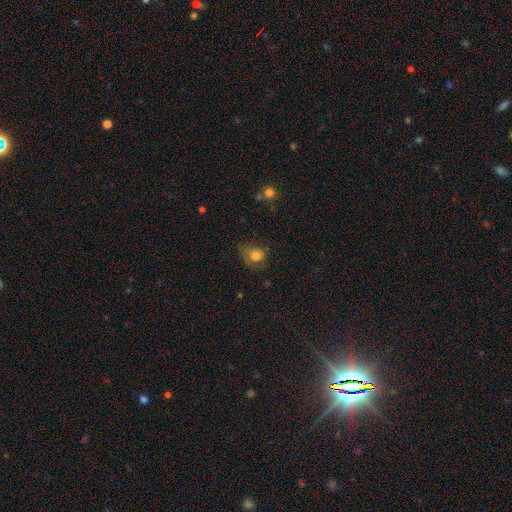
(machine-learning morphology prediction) smooth_or_featured: smooth (p=0.70) [alt: featured or disk p=0.19]
how_rounded: round (p=0.56) [alt: in between p=0.43]
merging: none (p=0.47) [alt: minor disturbance p=0.30]